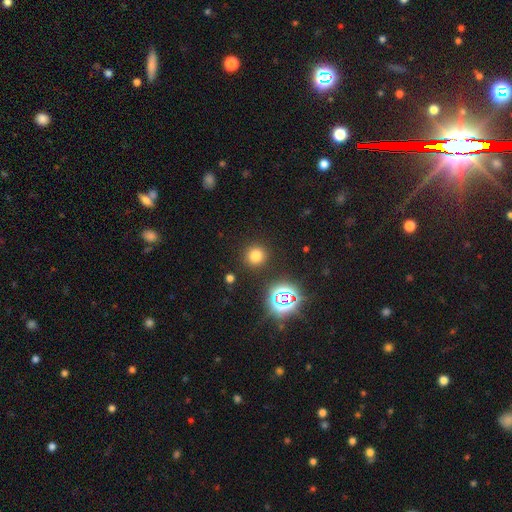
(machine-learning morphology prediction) The model was most divided on "smooth or featured": smooth: 71%, star or artifact: 23%, featured or disk: 6%. More confident: how rounded — round (93%); merging — none (89%).